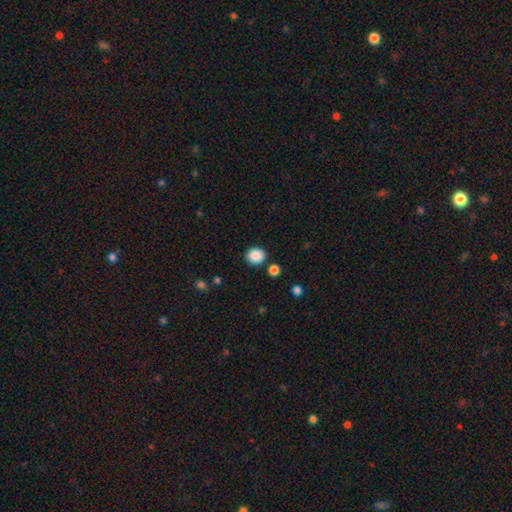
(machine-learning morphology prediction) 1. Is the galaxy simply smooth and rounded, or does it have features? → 88% smooth, 9% star or artifact, 3% featured or disk.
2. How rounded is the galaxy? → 74% round, 25% in between, 1% cigar-shaped.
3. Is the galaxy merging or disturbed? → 85% none, 8% minor disturbance, 4% merger, 3% major disturbance.